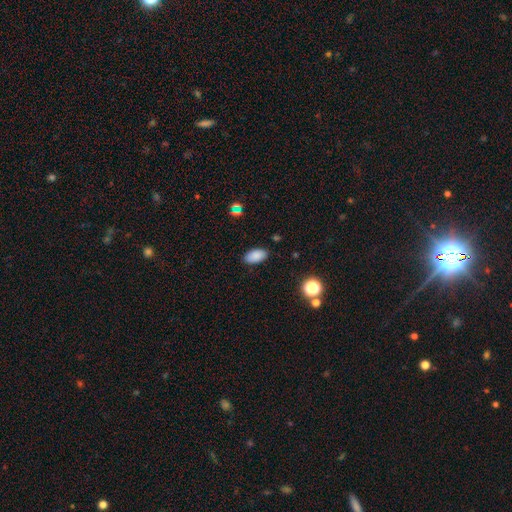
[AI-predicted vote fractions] smooth-or-featured: smooth: 86% | star or artifact: 9% | featured or disk: 4%
  how-rounded: in between: 94% | round: 4% | cigar-shaped: 3%
  merging: none: 87% | minor disturbance: 9% | major disturbance: 2% | merger: 1%